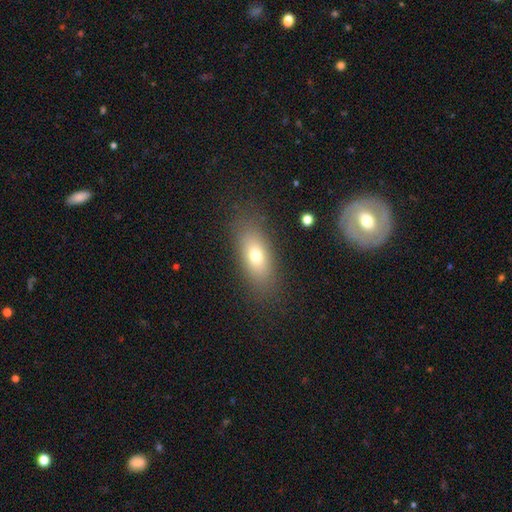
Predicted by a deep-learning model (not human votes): Smooth or featured: smooth — 70% (featured or disk — 19%)
How rounded: in between — 76% (cigar-shaped — 17%)
Merging: none — 83% (minor disturbance — 11%)